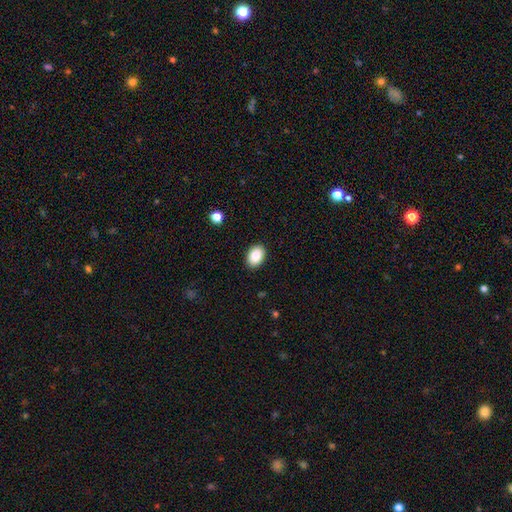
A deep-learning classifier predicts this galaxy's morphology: A smooth galaxy with no disk features (87%) that is in between round and cigar-shaped (83%).

Vote fractions:
- Smooth or featured? smooth: 87% / star or artifact: 8% / featured or disk: 5%
- How rounded? in between: 83% / round: 16% / cigar-shaped: 1%
- Merging? none: 89% / minor disturbance: 8% / major disturbance: 2% / merger: 1%